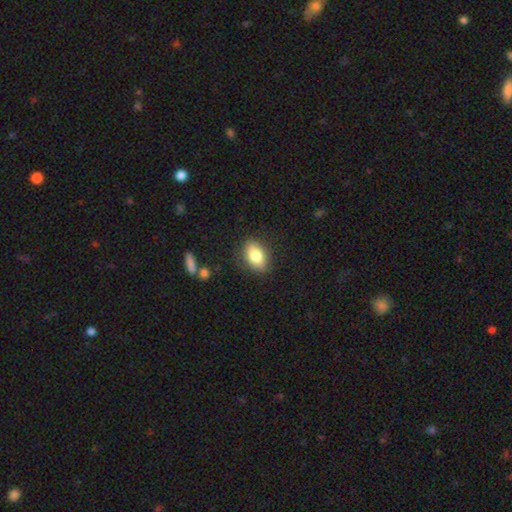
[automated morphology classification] Smooth or featured?
  - smooth: 82% *
  - featured or disk: 10%
  - star or artifact: 8%
How rounded?
  - in between: 85% *
  - round: 13%
  - cigar-shaped: 2%
Merging?
  - none: 86% *
  - minor disturbance: 10%
  - major disturbance: 3%
  - merger: 2%